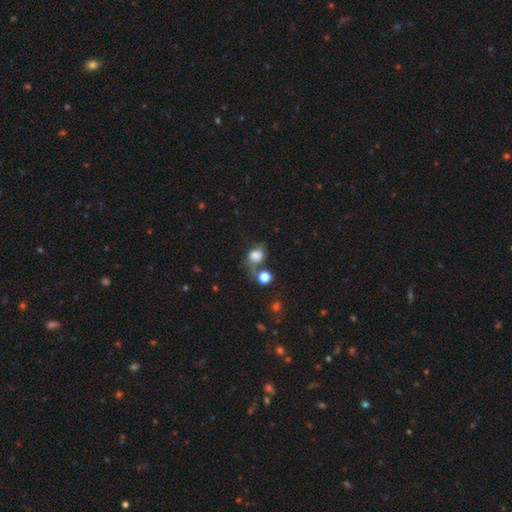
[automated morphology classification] A smooth galaxy with no disk features (71%) that is round (55%). Merging: none (34%).